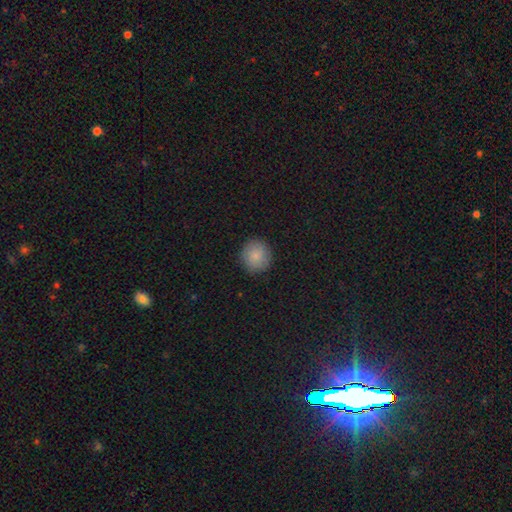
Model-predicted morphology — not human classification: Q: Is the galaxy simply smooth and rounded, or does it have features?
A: smooth — 85%.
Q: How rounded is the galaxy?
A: round — 91%.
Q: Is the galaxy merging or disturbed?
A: none — 89%.